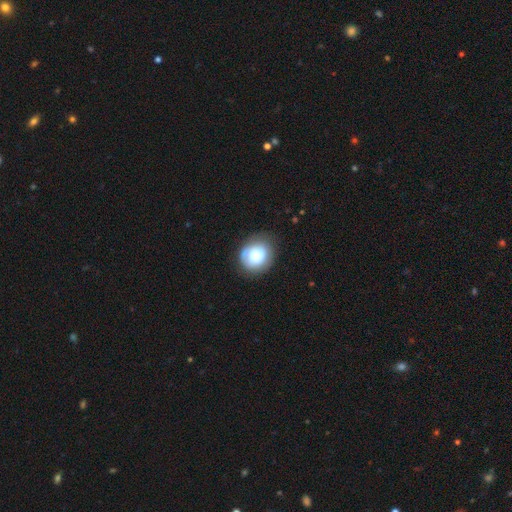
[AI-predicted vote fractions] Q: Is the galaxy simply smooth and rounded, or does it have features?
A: smooth — 64%.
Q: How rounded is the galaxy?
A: round — 74%.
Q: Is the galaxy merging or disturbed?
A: none — 73%.